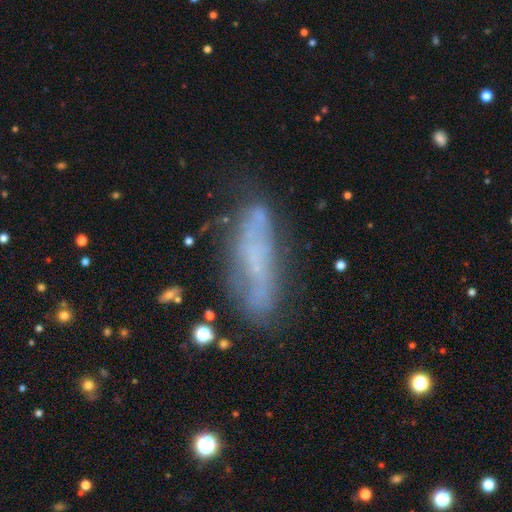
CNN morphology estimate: type=featured or disk (50%); edge-on=no (66%); merging=none (62%).